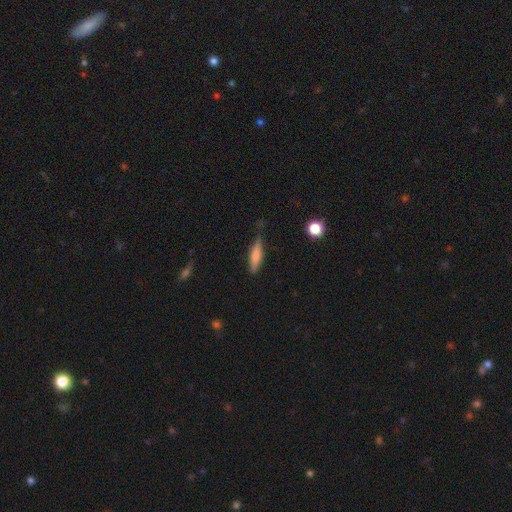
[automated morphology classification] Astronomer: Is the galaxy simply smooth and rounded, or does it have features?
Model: smooth — 63%.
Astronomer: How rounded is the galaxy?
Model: cigar-shaped — 70%.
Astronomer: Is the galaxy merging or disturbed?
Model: none — 71%.